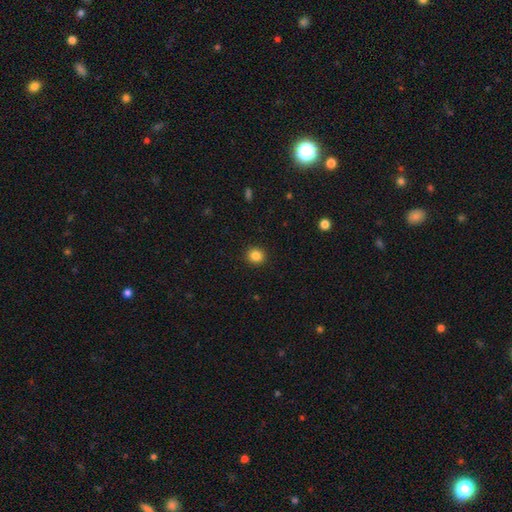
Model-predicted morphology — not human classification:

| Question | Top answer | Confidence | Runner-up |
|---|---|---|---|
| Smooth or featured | smooth | 84% | star or artifact (11%) |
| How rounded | round | 85% | in between (14%) |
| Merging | none | 92% | minor disturbance (5%) |